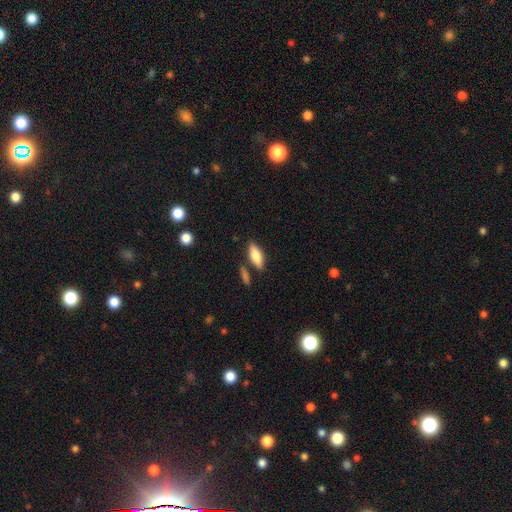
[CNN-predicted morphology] This appears to be a smooth galaxy with no disk features (73%) that is in between round and cigar-shaped (68%). Merging: none (77%).